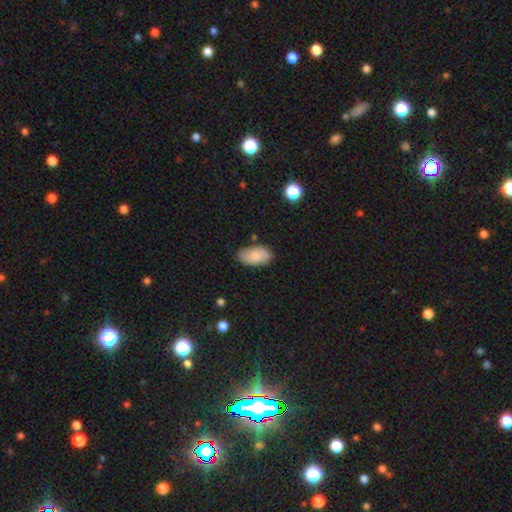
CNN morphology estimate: A smooth galaxy with no disk features (77%) that is in between round and cigar-shaped (94%). Merging: none (74%).